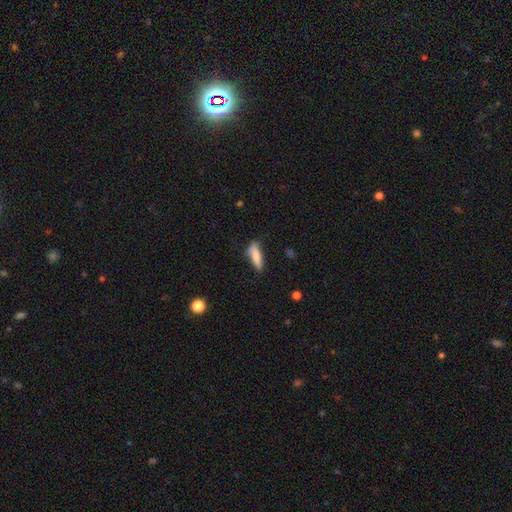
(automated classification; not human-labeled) smooth-or-featured: smooth: 79% | featured or disk: 14% | star or artifact: 7%
  how-rounded: cigar-shaped: 60% | in between: 38% | round: 2%
  merging: none: 64% | minor disturbance: 25% | major disturbance: 7% | merger: 4%